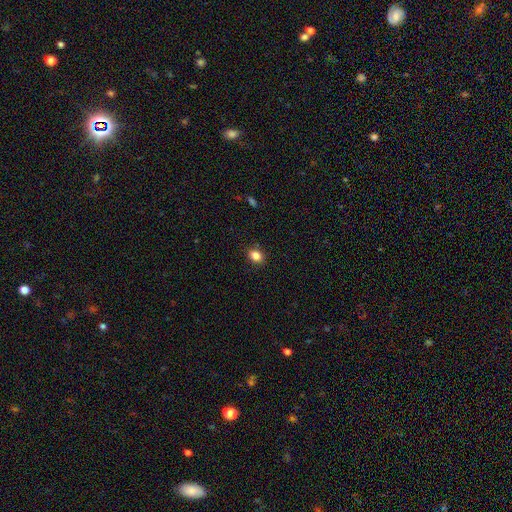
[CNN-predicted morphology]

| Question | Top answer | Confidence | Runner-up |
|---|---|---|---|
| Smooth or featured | smooth | 85% | star or artifact (10%) |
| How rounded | in between | 65% | round (34%) |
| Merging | none | 87% | minor disturbance (9%) |